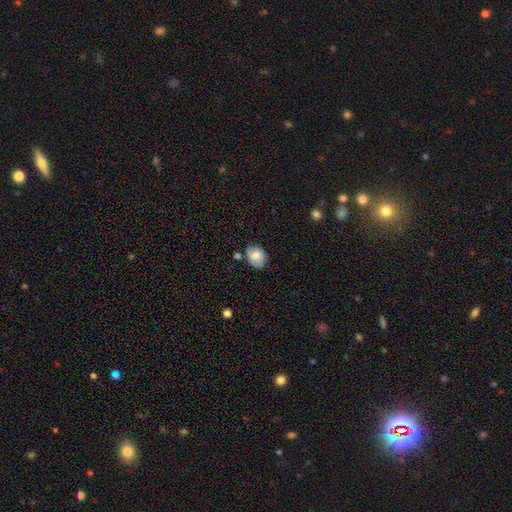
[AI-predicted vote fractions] A smooth galaxy with no disk features (75%) that is in between round and cigar-shaped (59%).

Vote fractions:
- Smooth or featured? smooth: 75% / featured or disk: 17% / star or artifact: 8%
- How rounded? in between: 59% / round: 40% / cigar-shaped: 1%
- Merging? none: 67% / minor disturbance: 22% / merger: 6% / major disturbance: 4%